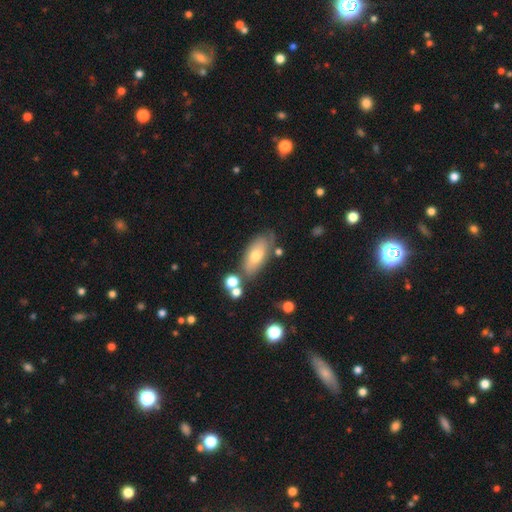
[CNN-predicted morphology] Q: Smooth or featured?
A: smooth (62%); runner-up: featured or disk (30%)
Q: How rounded?
A: in between (85%); runner-up: cigar-shaped (11%)
Q: Merging?
A: none (64%); runner-up: minor disturbance (20%)